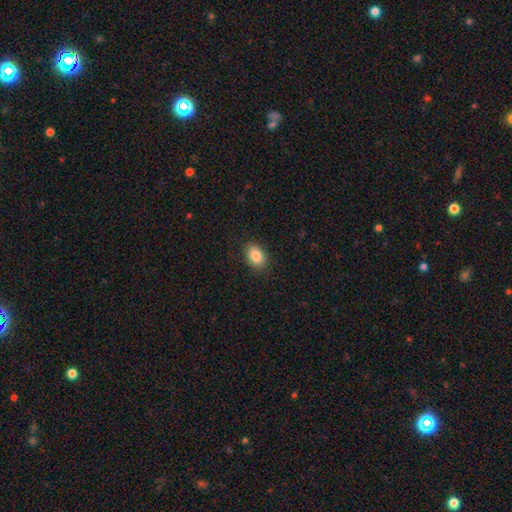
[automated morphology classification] smooth-or-featured: smooth: 86% | star or artifact: 8% | featured or disk: 7%
  how-rounded: in between: 85% | round: 14% | cigar-shaped: 1%
  merging: none: 88% | minor disturbance: 9% | major disturbance: 2% | merger: 1%